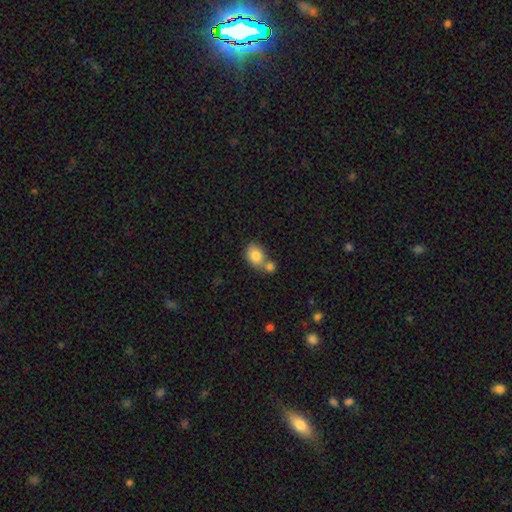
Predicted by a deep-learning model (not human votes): Overall: smooth (82%). How rounded: in between (64%; round 35%). Merging: merger (45%; none 41%).